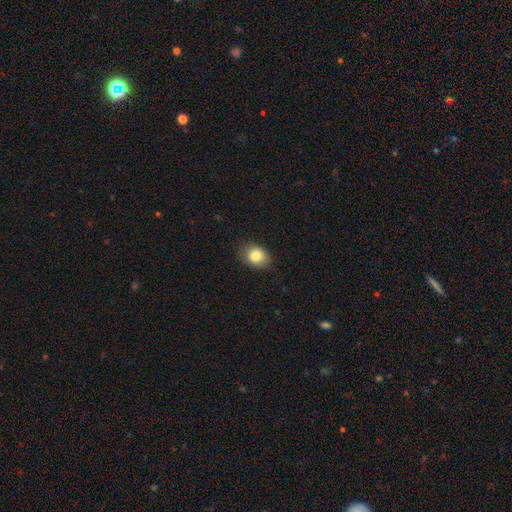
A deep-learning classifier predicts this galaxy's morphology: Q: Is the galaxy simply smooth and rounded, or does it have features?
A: smooth — 83%.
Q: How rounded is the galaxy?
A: in between — 59%.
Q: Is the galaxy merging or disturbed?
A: none — 83%.